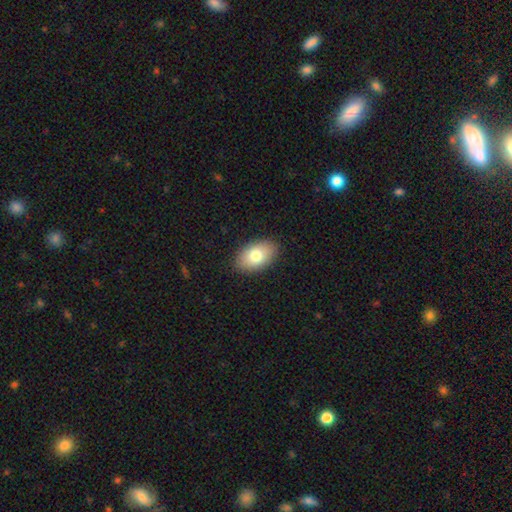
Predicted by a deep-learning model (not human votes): Q: Smooth or featured?
A: smooth (79%); runner-up: featured or disk (14%)
Q: How rounded?
A: in between (92%); runner-up: round (7%)
Q: Merging?
A: none (88%); runner-up: minor disturbance (9%)